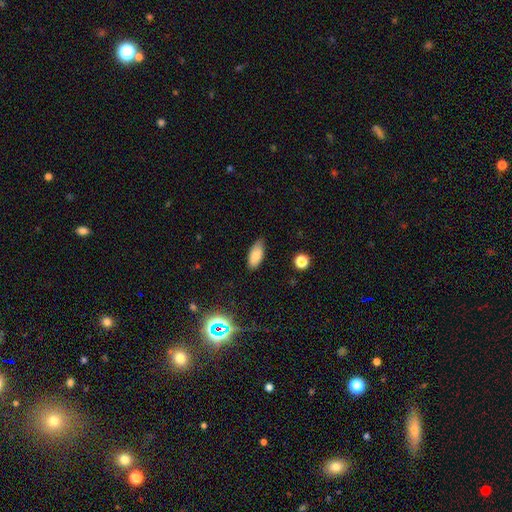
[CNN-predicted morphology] Q: Smooth or featured?
A: smooth (82%); runner-up: featured or disk (10%)
Q: How rounded?
A: in between (88%); runner-up: cigar-shaped (9%)
Q: Merging?
A: none (76%); runner-up: minor disturbance (20%)